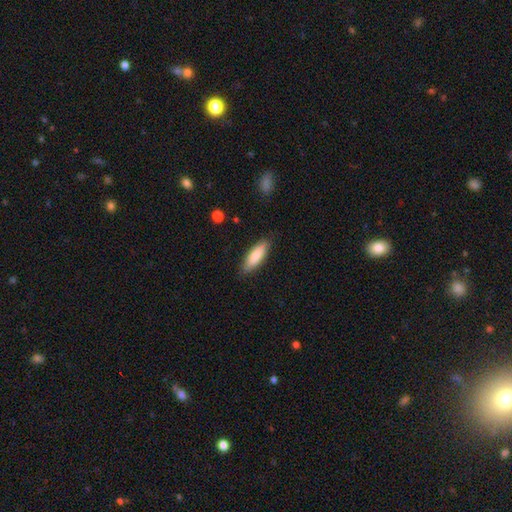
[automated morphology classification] smooth 81%, featured or disk 14%, star or artifact 6%. Down the decision tree: how rounded — in between (58%); merging — none (84%).